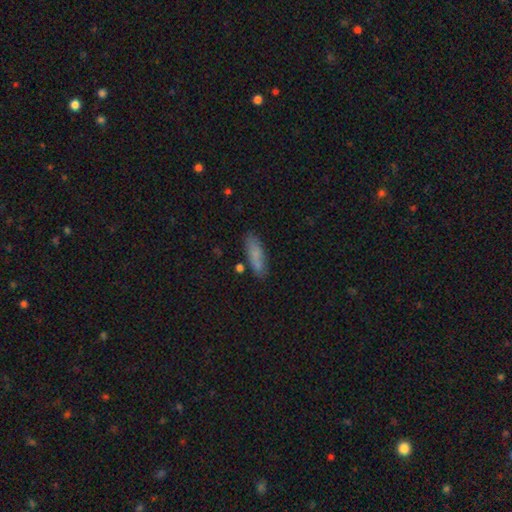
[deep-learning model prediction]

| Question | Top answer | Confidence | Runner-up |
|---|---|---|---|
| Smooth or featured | smooth | 79% | featured or disk (12%) |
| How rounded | cigar-shaped | 51% | in between (47%) |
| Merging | none | 76% | minor disturbance (15%) |